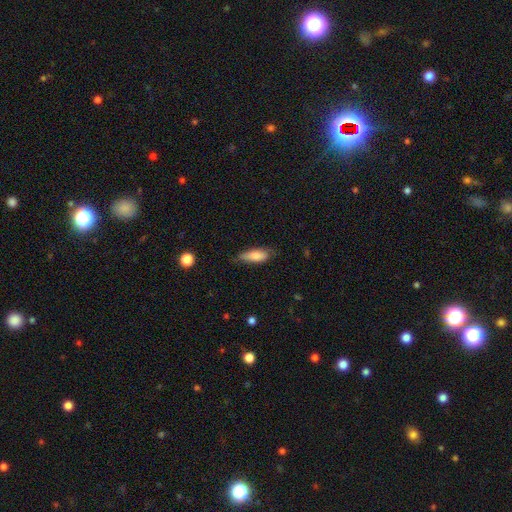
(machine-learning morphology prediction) smooth_or_featured: smooth (p=0.78) [alt: featured or disk p=0.16]
how_rounded: in between (p=0.65) [alt: cigar-shaped p=0.33]
merging: none (p=0.65) [alt: minor disturbance p=0.28]